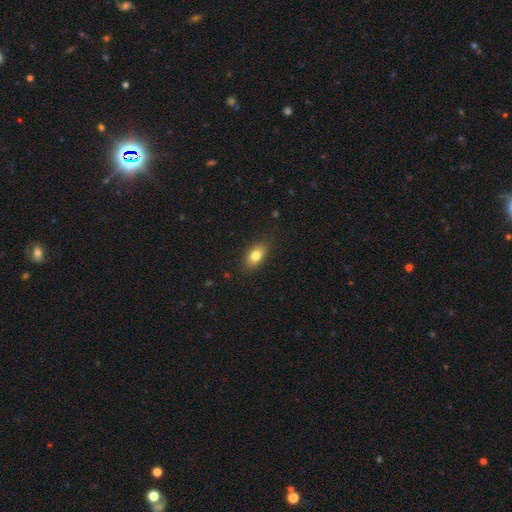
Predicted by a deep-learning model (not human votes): Smooth or featured: smooth — 80% (featured or disk — 12%)
How rounded: in between — 87% (round — 8%)
Merging: none — 85% (minor disturbance — 11%)